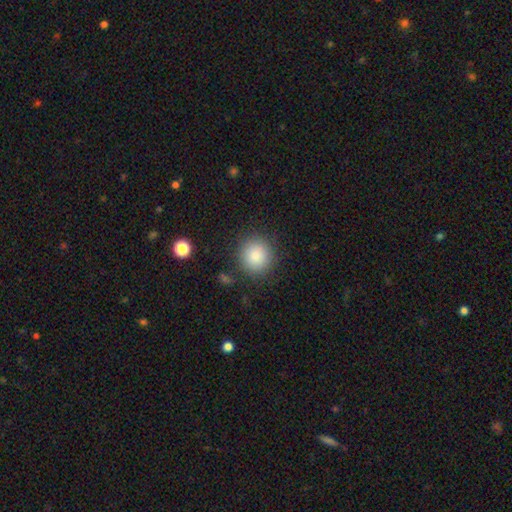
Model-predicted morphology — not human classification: Q: Smooth or featured?
A: smooth (86%); runner-up: star or artifact (9%)
Q: How rounded?
A: round (92%); runner-up: in between (7%)
Q: Merging?
A: none (86%); runner-up: minor disturbance (9%)